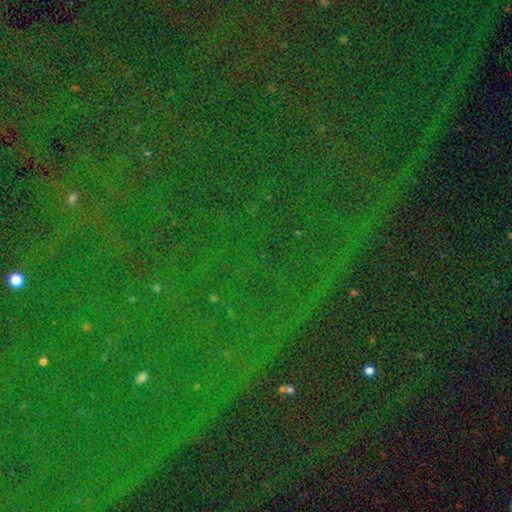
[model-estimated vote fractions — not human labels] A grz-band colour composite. It shows a star or artifact, not a galaxy (85%).